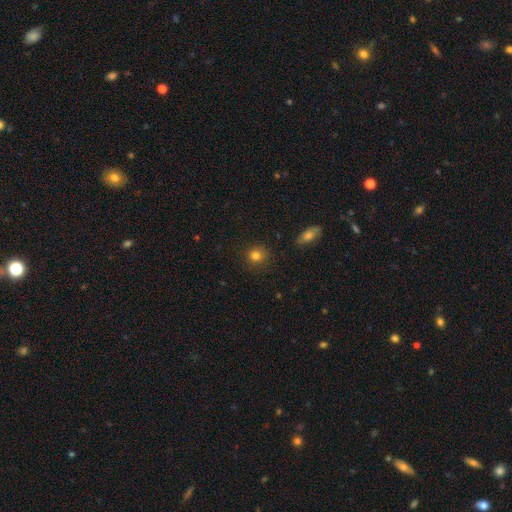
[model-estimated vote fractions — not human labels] Smooth or featured: smooth — 80% (star or artifact — 12%)
How rounded: round — 87% (in between — 11%)
Merging: none — 87% (minor disturbance — 9%)